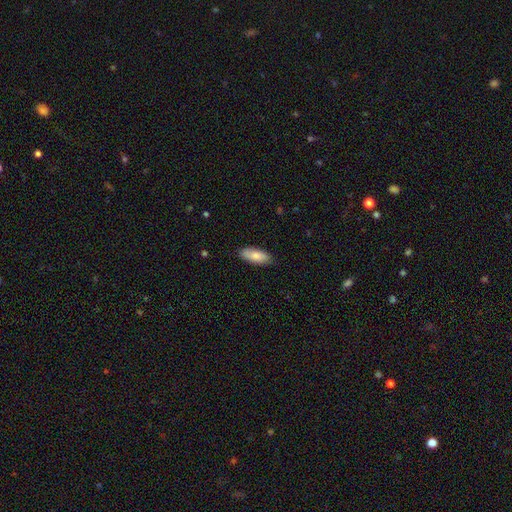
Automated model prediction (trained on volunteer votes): This is clearly a smooth galaxy (81%). How rounded: likely in between (80%). Merging: clearly none (84%).